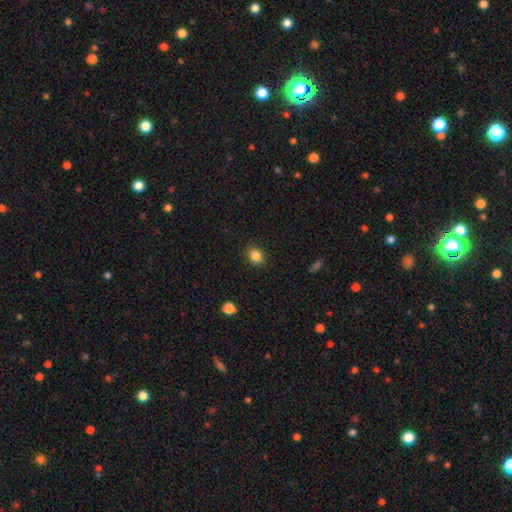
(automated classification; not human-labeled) This appears to be a smooth galaxy with no disk features (86%) that is round (58%). Merging: none (88%).